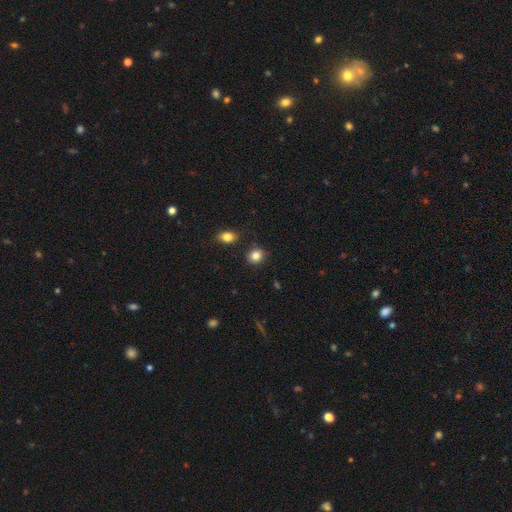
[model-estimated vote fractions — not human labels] smooth_or_featured: smooth (p=0.84) [alt: star or artifact p=0.10]
how_rounded: round (p=0.74) [alt: in between p=0.24]
merging: none (p=0.86) [alt: minor disturbance p=0.08]